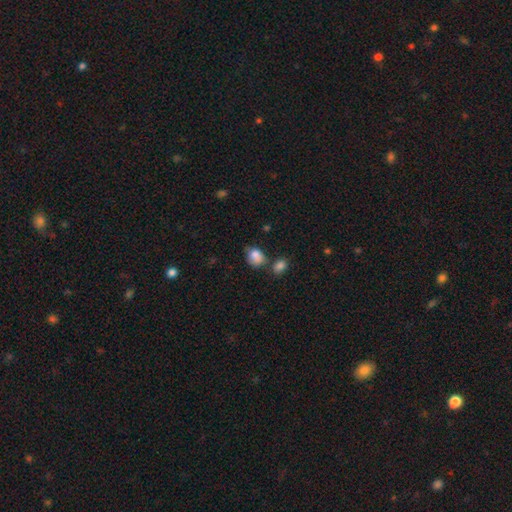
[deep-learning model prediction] Morphology: type=smooth (84%); roundness=in between (59%); merging=none (50%).